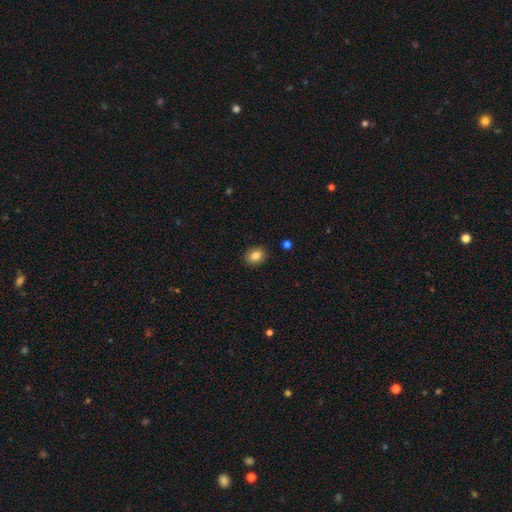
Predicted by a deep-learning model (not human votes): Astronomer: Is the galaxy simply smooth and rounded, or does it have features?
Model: smooth — 83%.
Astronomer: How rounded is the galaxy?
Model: in between — 58% (runner-up: round, 41%).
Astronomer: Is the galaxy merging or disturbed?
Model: none — 89%.